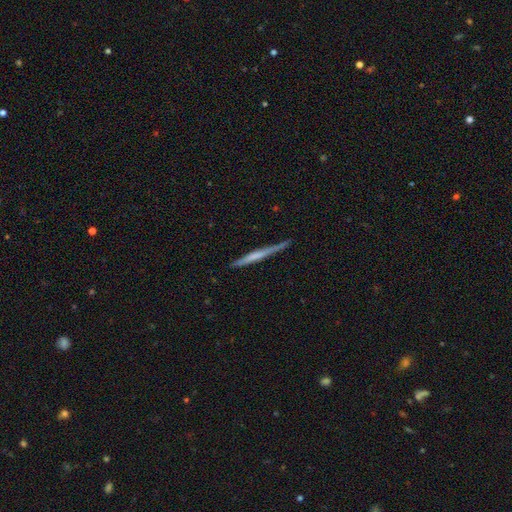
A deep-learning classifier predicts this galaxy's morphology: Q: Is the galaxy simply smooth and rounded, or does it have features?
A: featured or disk — 55%.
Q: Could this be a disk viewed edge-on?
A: yes — 97%.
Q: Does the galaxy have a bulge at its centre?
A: none — 65%.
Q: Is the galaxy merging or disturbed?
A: none — 87%.